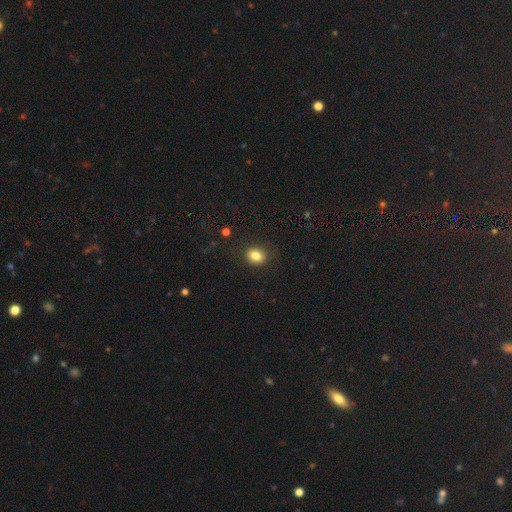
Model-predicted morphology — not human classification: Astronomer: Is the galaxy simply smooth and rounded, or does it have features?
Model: smooth — 83%.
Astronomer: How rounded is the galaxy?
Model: round — 54% (runner-up: in between, 45%).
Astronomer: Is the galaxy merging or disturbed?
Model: none — 85%.